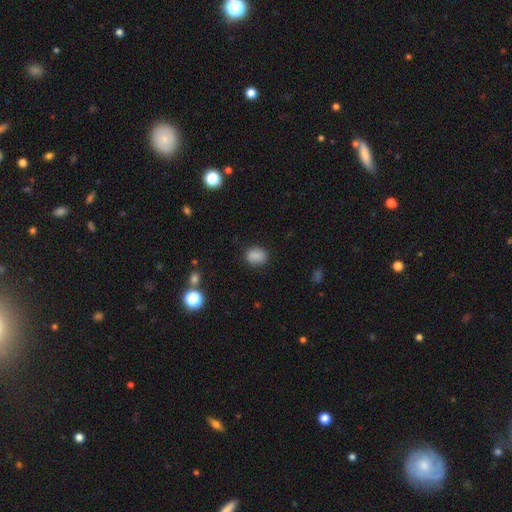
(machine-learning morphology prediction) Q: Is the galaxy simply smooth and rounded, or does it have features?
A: smooth — 85%.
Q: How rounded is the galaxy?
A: in between — 52%.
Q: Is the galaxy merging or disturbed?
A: none — 85%.